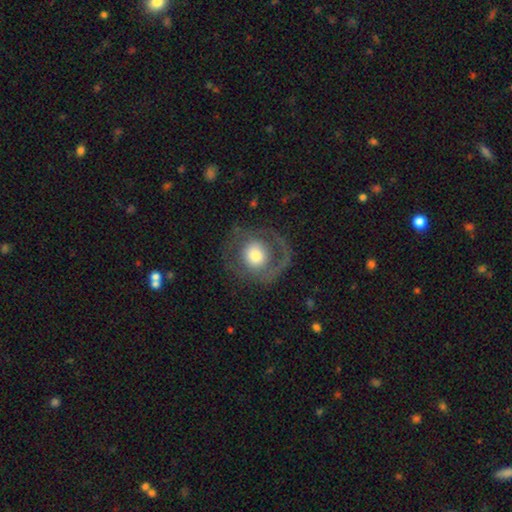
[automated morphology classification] The model was most divided on "smooth or featured": featured or disk: 50%, smooth: 43%, star or artifact: 7%. More confident: merging — none (64%).